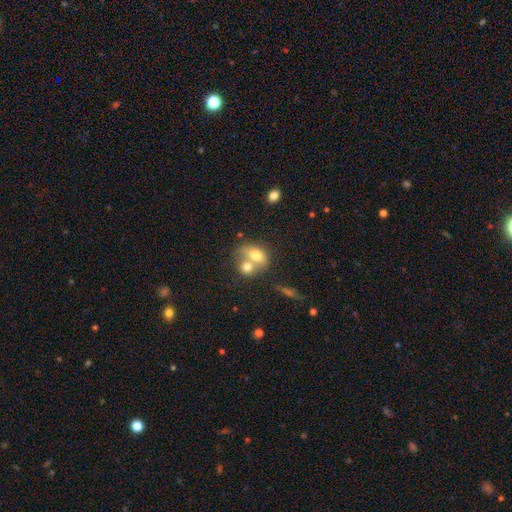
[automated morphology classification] Smooth or featured?
  - smooth: 71% *
  - featured or disk: 20%
  - star or artifact: 9%
How rounded?
  - in between: 62% *
  - round: 36%
  - cigar-shaped: 2%
Merging?
  - merger: 66% *
  - none: 22%
  - minor disturbance: 8%
  - major disturbance: 5%